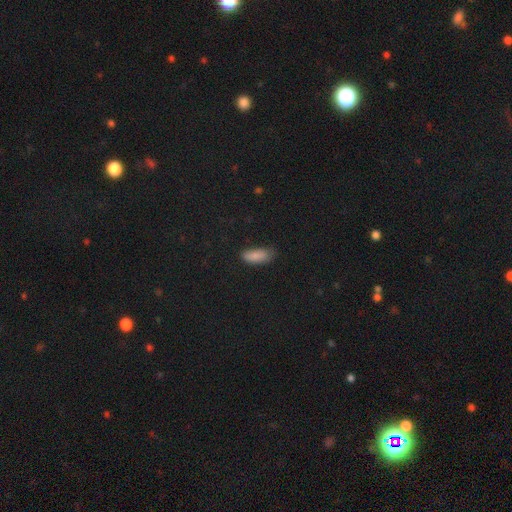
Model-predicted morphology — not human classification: smooth 85%, star or artifact 9%, featured or disk 6%. Down the decision tree: how rounded — in between (79%); merging — none (63%).